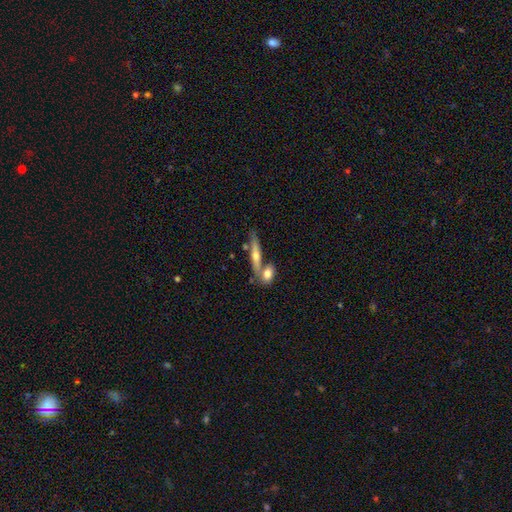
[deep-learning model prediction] featured or disk 47% (tied), smooth 47% (tied), star or artifact 6%. Down the decision tree: merging — none (56%).